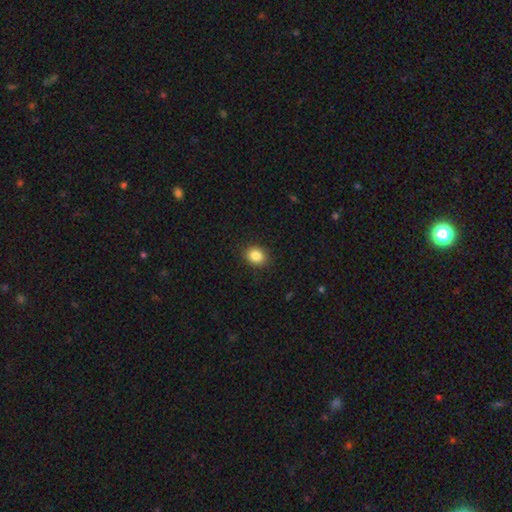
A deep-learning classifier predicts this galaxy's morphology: Smooth or featured: smooth — 86% (star or artifact — 10%)
How rounded: round — 60% (in between — 40%)
Merging: none — 89% (minor disturbance — 8%)